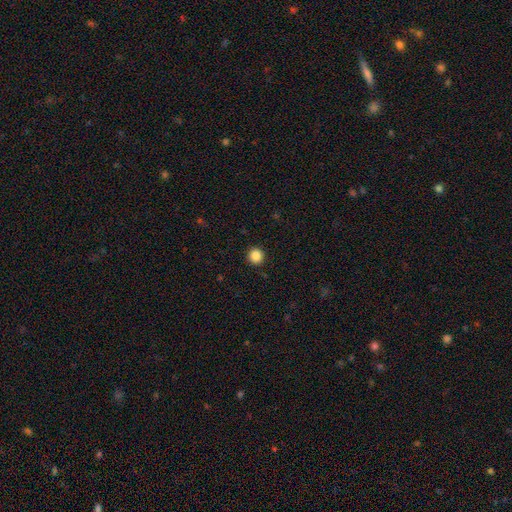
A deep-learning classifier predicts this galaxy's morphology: A smooth galaxy with no disk features (86%) that is round (94%). Merging: none (93%).